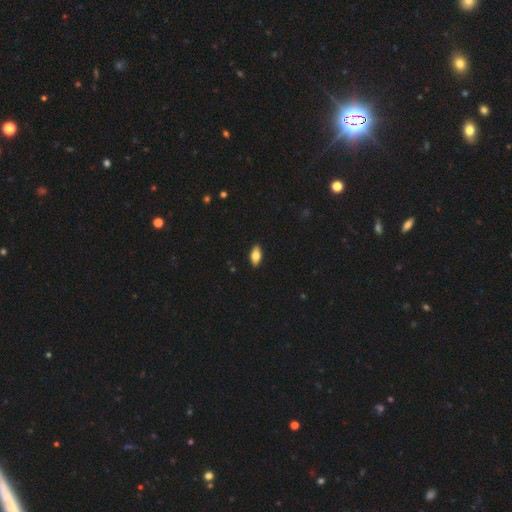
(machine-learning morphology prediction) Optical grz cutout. It shows a smooth galaxy with no disk features (76%) that is in between round and cigar-shaped (90%). Merging: none (90%).